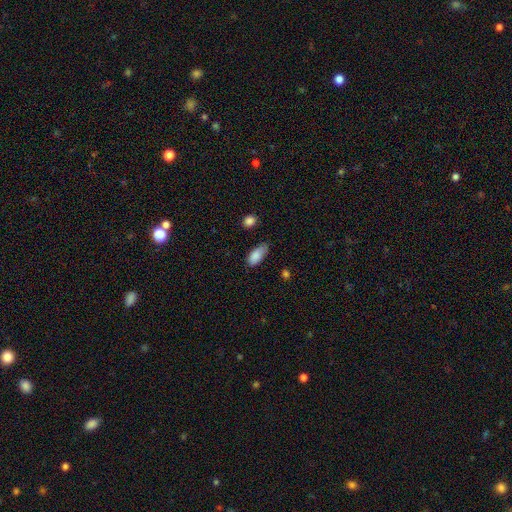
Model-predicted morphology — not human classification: smooth-or-featured: smooth: 86% | star or artifact: 7% | featured or disk: 7%
  how-rounded: in between: 87% | cigar-shaped: 11% | round: 3%
  merging: none: 51% | minor disturbance: 38% | major disturbance: 8% | merger: 2%